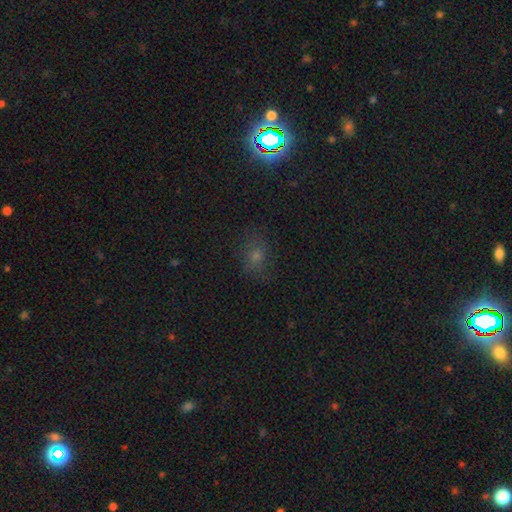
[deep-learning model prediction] smooth 50%, star or artifact 32%, featured or disk 18%. Down the decision tree: how rounded — in between (51%); merging — none (72%).